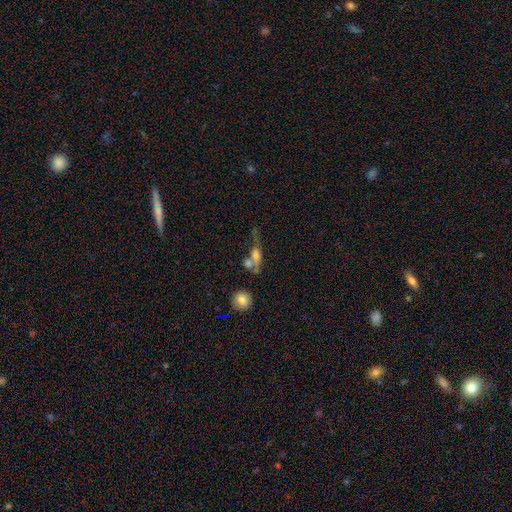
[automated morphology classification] This appears to be a smooth galaxy with no disk features (55%) that is in between round and cigar-shaped (56%). Merging: merger (38%).